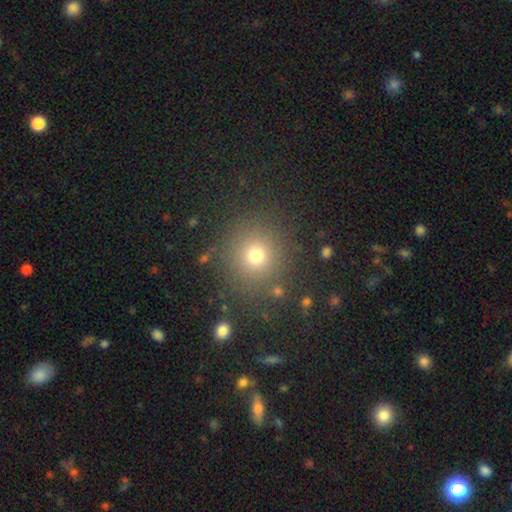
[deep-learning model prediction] This is likely a smooth galaxy (72%). How rounded: clearly round (92%). Merging: clearly none (85%).